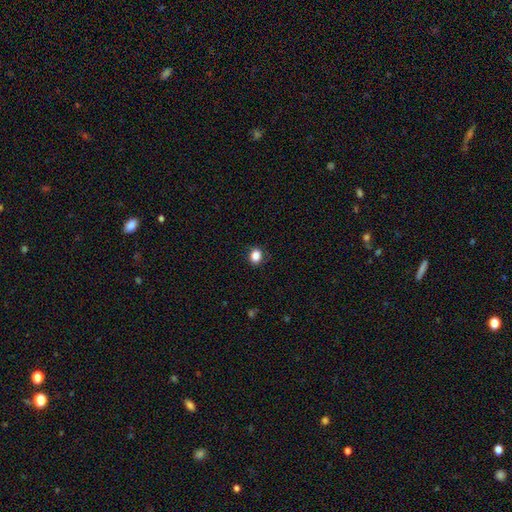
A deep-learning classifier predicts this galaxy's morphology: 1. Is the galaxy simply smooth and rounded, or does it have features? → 86% smooth, 10% star or artifact, 4% featured or disk.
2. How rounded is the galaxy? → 51% in between, 48% round, 1% cigar-shaped.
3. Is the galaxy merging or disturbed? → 84% none, 12% minor disturbance, 3% major disturbance, 1% merger.